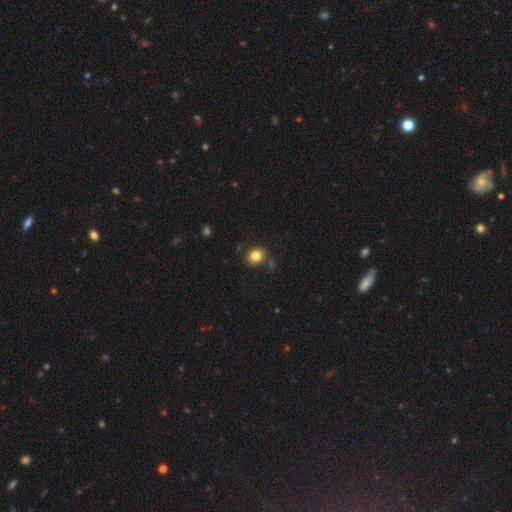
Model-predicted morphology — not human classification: Q: Smooth or featured?
A: smooth (82%); runner-up: star or artifact (11%)
Q: How rounded?
A: round (67%); runner-up: in between (32%)
Q: Merging?
A: none (79%); runner-up: minor disturbance (12%)